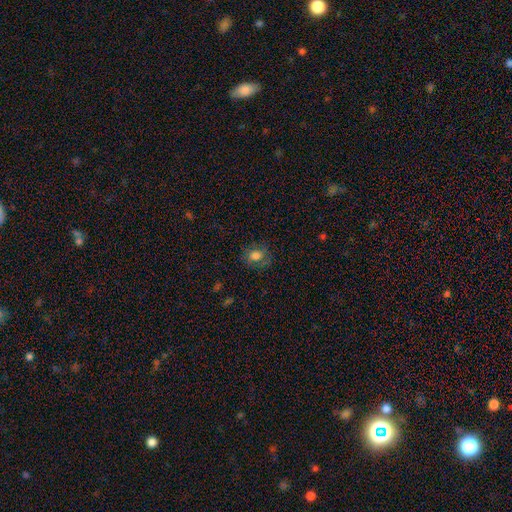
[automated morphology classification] Smooth or featured?
  - smooth: 66% *
  - featured or disk: 20%
  - star or artifact: 14%
How rounded?
  - round: 59% *
  - in between: 39%
  - cigar-shaped: 1%
Merging?
  - none: 72% *
  - minor disturbance: 18%
  - major disturbance: 9%
  - merger: 1%